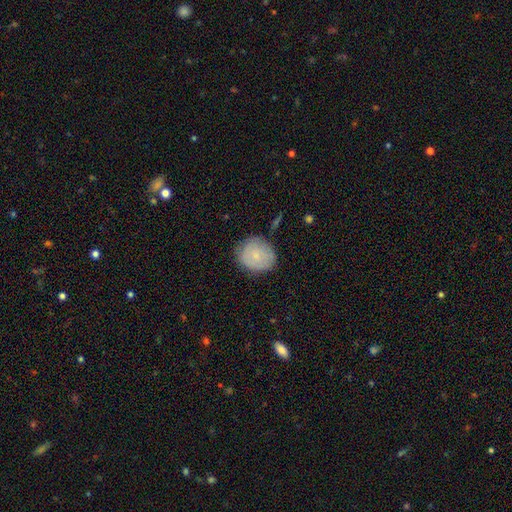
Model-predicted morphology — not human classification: smooth-or-featured: smooth: 72% | featured or disk: 22% | star or artifact: 7%
  how-rounded: round: 80% | in between: 19% | cigar-shaped: 1%
  merging: none: 78% | minor disturbance: 16% | major disturbance: 4% | merger: 2%